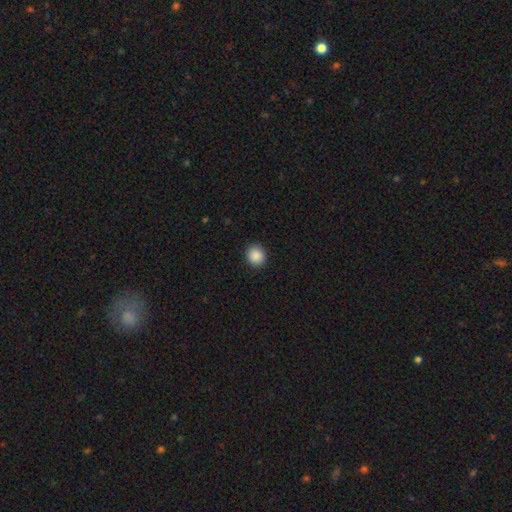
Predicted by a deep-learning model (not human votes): A smooth galaxy with no disk features (89%) that is round (87%). Merging: none (92%).